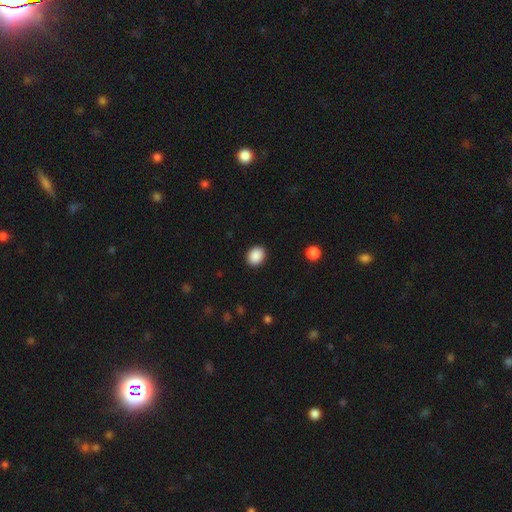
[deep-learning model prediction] smooth-or-featured: smooth: 89% | star or artifact: 8% | featured or disk: 2%
  how-rounded: round: 54% | in between: 45% | cigar-shaped: 1%
  merging: none: 91% | minor disturbance: 6% | major disturbance: 2% | merger: 1%